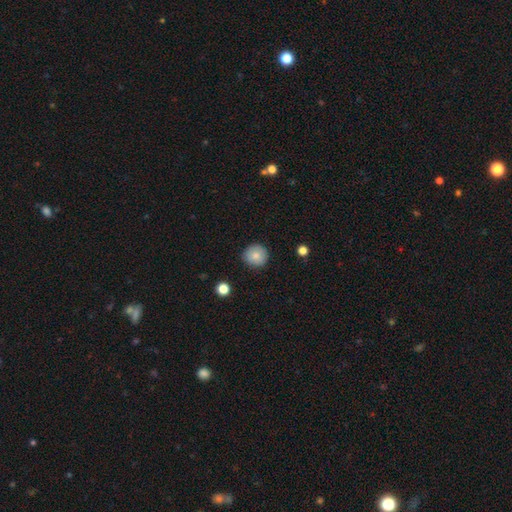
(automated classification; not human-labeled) A smooth galaxy with no disk features (82%) that is round (94%).

Vote fractions:
- Smooth or featured? smooth: 82% / featured or disk: 9% / star or artifact: 8%
- How rounded? round: 94% / in between: 5% / cigar-shaped: 1%
- Merging? none: 88% / minor disturbance: 8% / major disturbance: 2% / merger: 1%